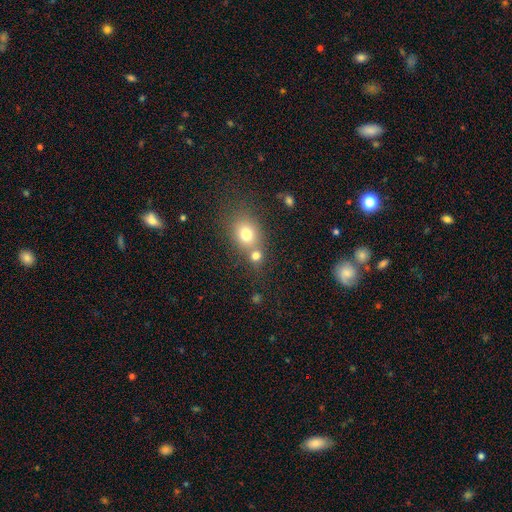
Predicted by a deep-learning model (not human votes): Morphology: type=smooth (76%); roundness=round (71%); merging=none (48%).